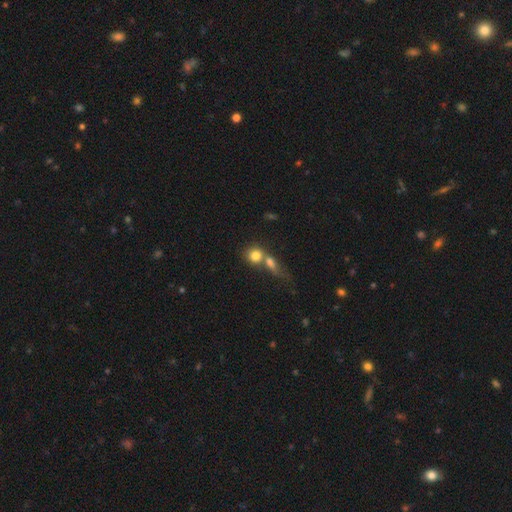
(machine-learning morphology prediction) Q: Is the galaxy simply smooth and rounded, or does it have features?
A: smooth — 78%.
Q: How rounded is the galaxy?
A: round — 76%.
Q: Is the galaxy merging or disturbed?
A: merger — 56%.